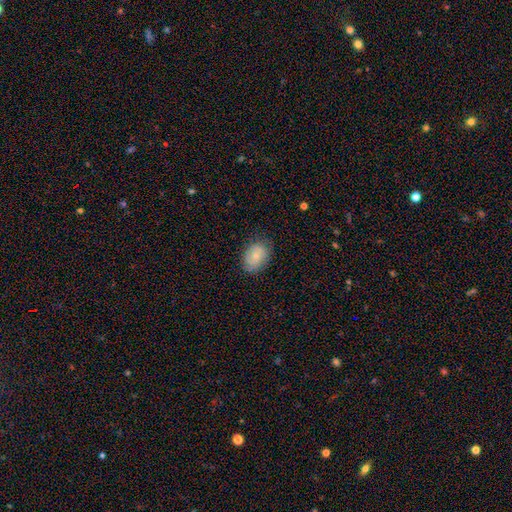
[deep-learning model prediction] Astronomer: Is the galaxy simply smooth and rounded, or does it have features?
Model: smooth — 61%.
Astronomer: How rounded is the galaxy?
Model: in between — 70%.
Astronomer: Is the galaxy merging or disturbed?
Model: none — 76%.